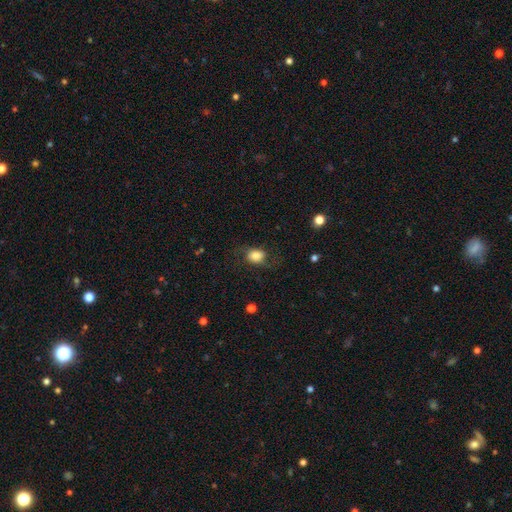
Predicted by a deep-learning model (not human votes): This is likely a smooth galaxy (73%). How rounded: possibly in between (55%). Merging: likely none (63%).